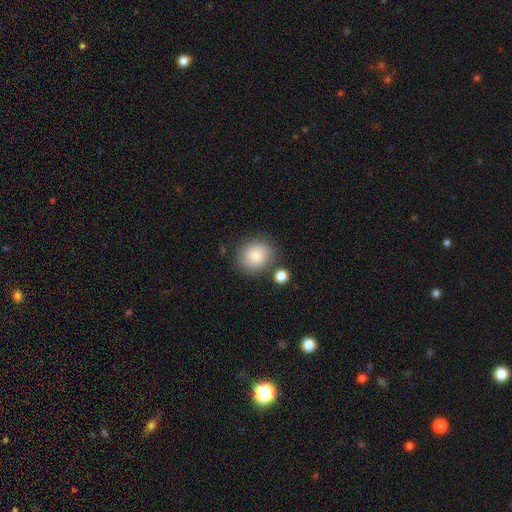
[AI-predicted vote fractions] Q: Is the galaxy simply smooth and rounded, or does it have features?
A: smooth — 80%.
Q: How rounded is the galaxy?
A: round — 72%.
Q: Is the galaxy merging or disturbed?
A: none — 75%.